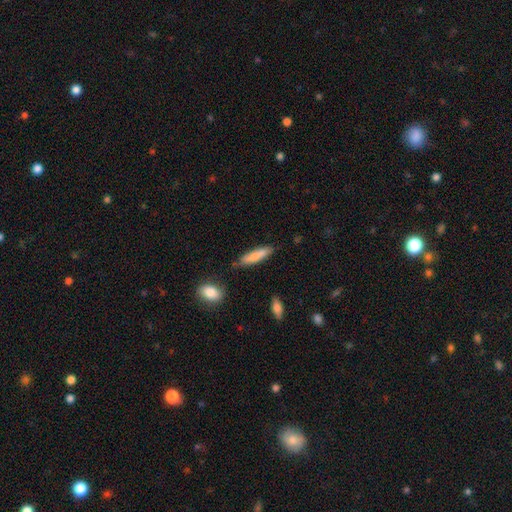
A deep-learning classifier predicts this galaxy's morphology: Overall: smooth (81%). How rounded: cigar-shaped (78%). Merging: none (78%).